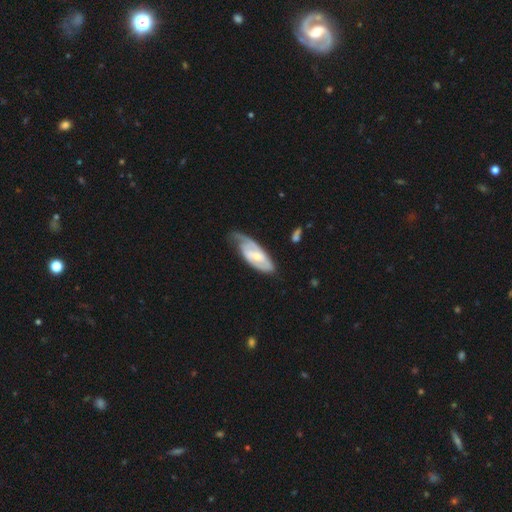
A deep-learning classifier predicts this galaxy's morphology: Smooth or featured: featured or disk — 72% (smooth — 24%)
Edge-on disk: no — 91% (yes — 9%)
Bar: no — 47% (weak — 40%)
Spiral arms: yes — 87% (no — 13%)
Spiral winding: tight — 49% (medium — 36%)
Spiral arm count: 2 — 48% (can't tell — 25%)
Bulge size: small — 51% (moderate — 44%)
Merging: none — 41% (minor disturbance — 35%)